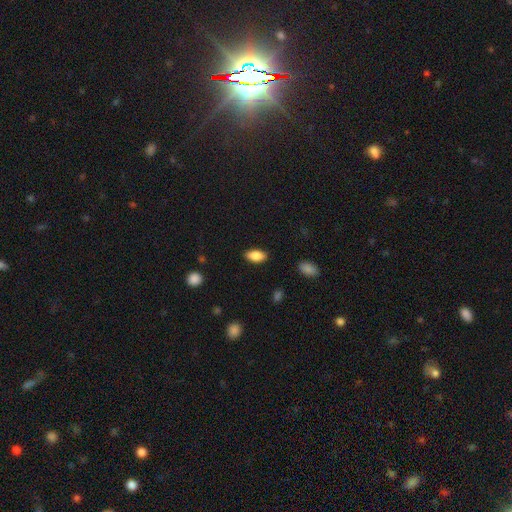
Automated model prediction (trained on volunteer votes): Smooth or featured? Predicted: smooth (p=0.86). How rounded? Predicted: in between (p=0.90). Merging? Predicted: none (p=0.88).